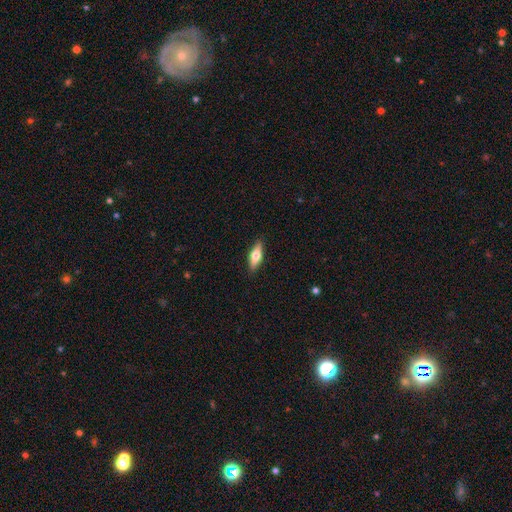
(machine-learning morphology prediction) Q: Smooth or featured?
A: smooth (58%); runner-up: featured or disk (36%)
Q: How rounded?
A: in between (56%); runner-up: cigar-shaped (41%)
Q: Merging?
A: none (88%); runner-up: minor disturbance (9%)